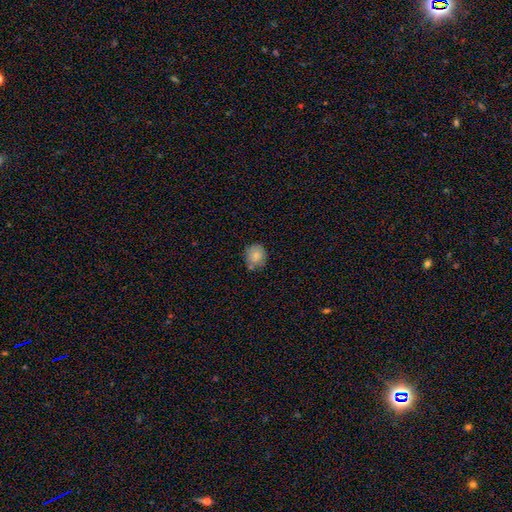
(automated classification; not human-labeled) Smooth or featured? smooth (83%)
How rounded? round (76%)
Merging? none (68%)